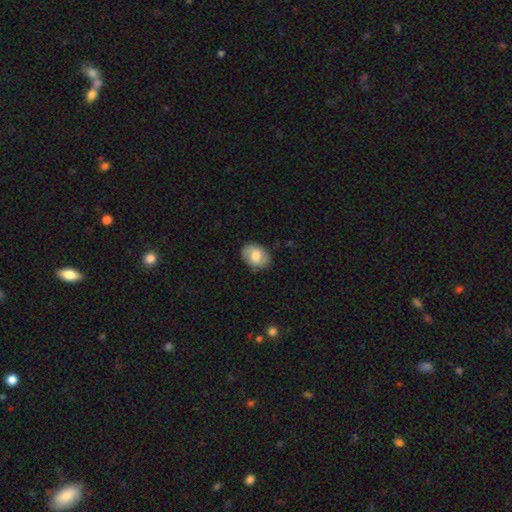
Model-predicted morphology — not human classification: Smooth or featured? Predicted: smooth (p=0.61). How rounded? Predicted: in between (p=0.74). Merging? Predicted: none (p=0.82).